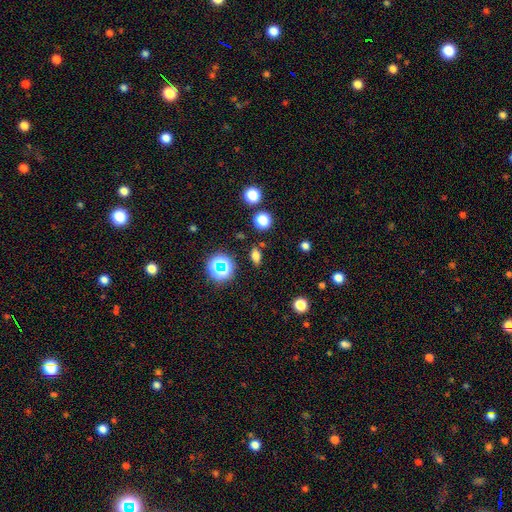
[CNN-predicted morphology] Overall: smooth (69%). How rounded: in between (72%). Merging: none (84%).